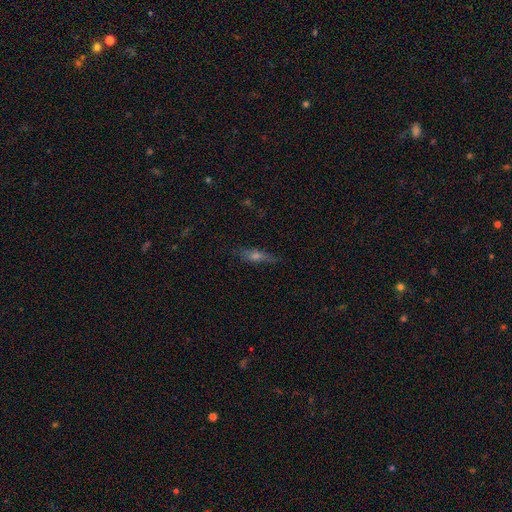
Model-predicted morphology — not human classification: A featured or disk galaxy (46%). Merging: none (81%).